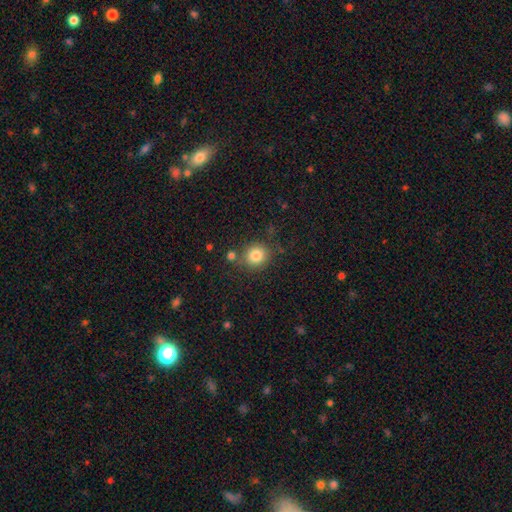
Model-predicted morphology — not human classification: Smooth or featured: smooth — 82% (star or artifact — 11%)
How rounded: round — 88% (in between — 11%)
Merging: none — 78% (minor disturbance — 11%)